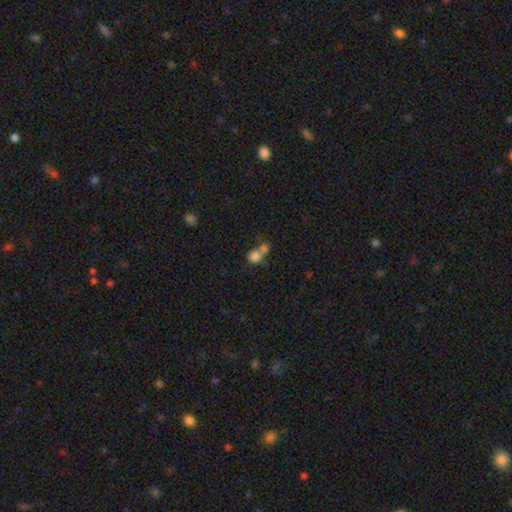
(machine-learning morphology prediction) This is likely a smooth galaxy (80%). How rounded: likely round (79%). Merging: possibly merger (54%).